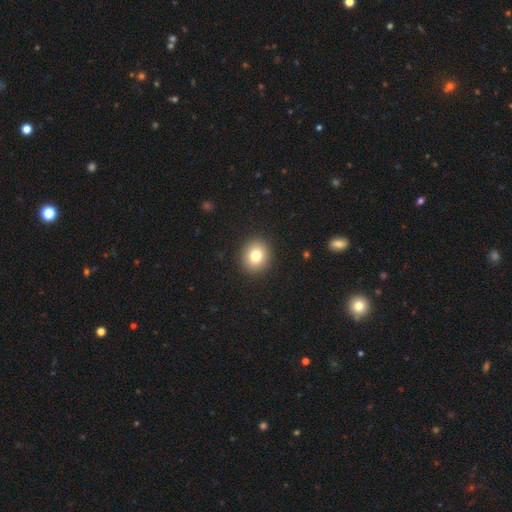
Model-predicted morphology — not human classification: The model was most divided on "how rounded": round: 78%, in between: 21%, cigar-shaped: 1%. More confident: merging — none (91%); smooth or featured — smooth (80%).